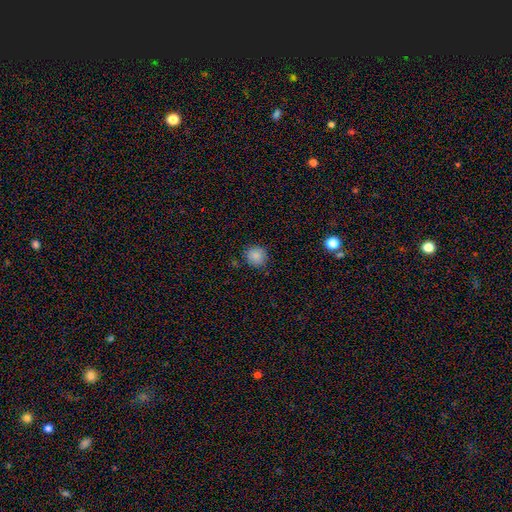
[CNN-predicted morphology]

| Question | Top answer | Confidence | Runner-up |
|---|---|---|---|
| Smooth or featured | smooth | 85% | star or artifact (10%) |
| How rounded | round | 90% | in between (9%) |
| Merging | none | 85% | minor disturbance (10%) |